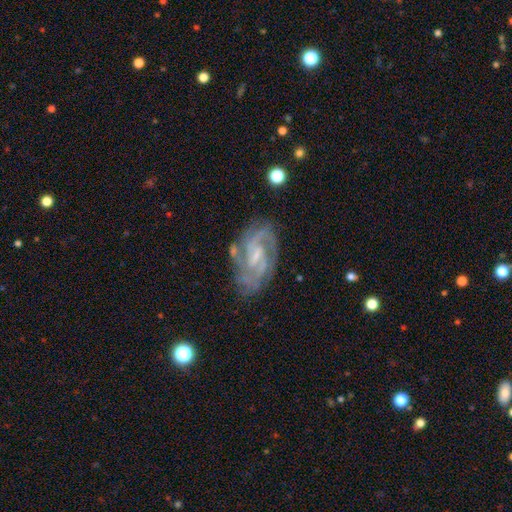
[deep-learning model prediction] A featured or disk galaxy (87%) with a weak bar (52%), 2 (46%) tight (49%) spiral arms (96%) and a small central bulge (61%).

Vote fractions:
- Smooth or featured? featured or disk: 87% / smooth: 7% / star or artifact: 6%
- Edge-on disk? no: 97% / yes: 3%
- Bar? weak: 52% / no: 30% / strong: 18%
- Spiral arms? yes: 96% / no: 4%
- Spiral winding? tight: 49% / medium: 42% / loose: 9%
- Spiral arm count? 2: 46% / 3: 22% / can't tell: 16% / 4: 7% / 1: 4% / more than 4: 4%
- Bulge size? small: 61% / moderate: 23% / none: 13% / large: 1% / dominant: 1%
- Merging? none: 73% / minor disturbance: 17% / major disturbance: 7% / merger: 3%